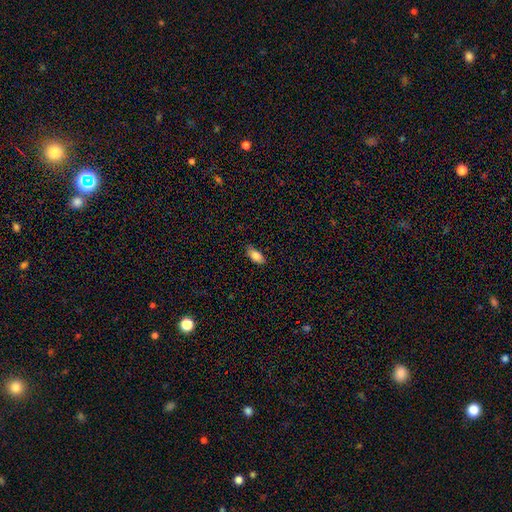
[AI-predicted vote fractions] The model was most divided on "merging": none: 82%, minor disturbance: 15%, major disturbance: 3%, merger: 1%. More confident: how rounded — in between (88%); smooth or featured — smooth (84%).